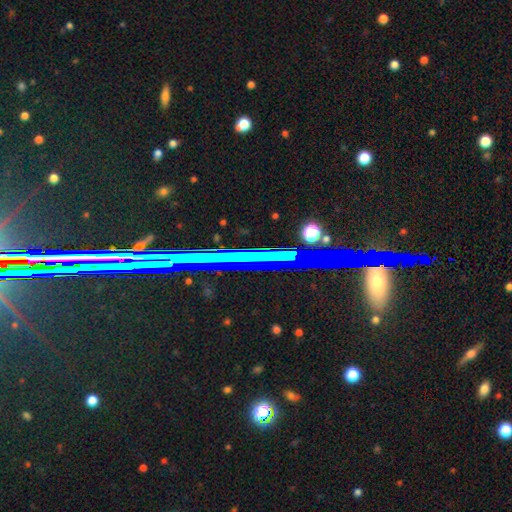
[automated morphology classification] Overall: star or artifact (76%).